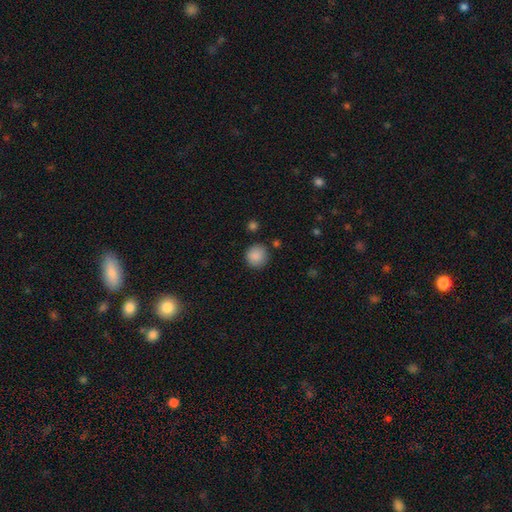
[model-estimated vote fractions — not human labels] Smooth or featured? smooth (88%)
How rounded? round (91%)
Merging? none (85%)